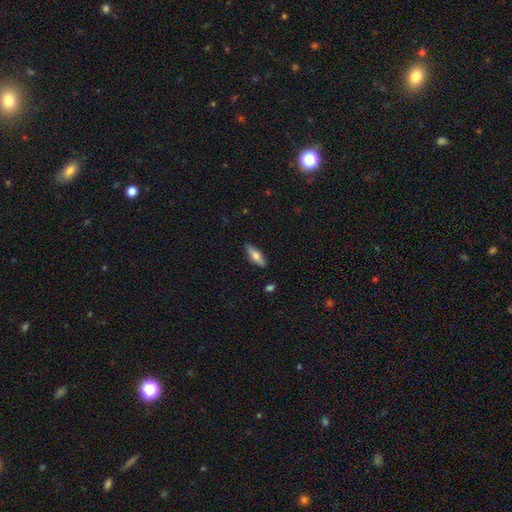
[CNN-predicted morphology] Smooth or featured? Predicted: smooth (p=0.60). How rounded? Predicted: cigar-shaped (p=0.50). Merging? Predicted: none (p=0.87).